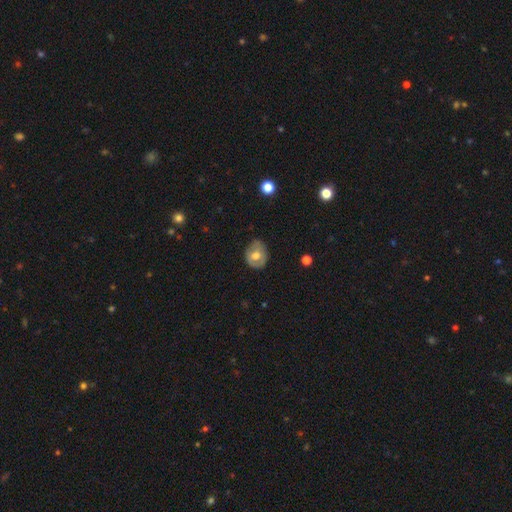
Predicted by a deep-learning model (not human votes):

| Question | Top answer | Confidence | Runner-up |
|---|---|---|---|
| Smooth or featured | smooth | 61% | featured or disk (31%) |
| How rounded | round | 63% | in between (36%) |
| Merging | none | 72% | minor disturbance (22%) |